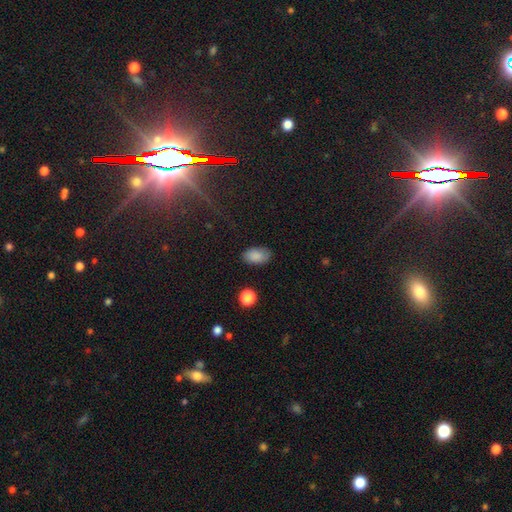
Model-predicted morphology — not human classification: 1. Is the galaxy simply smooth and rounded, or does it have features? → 86% smooth, 8% star or artifact, 5% featured or disk.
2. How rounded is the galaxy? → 92% in between, 6% round, 1% cigar-shaped.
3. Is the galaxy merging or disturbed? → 84% none, 11% minor disturbance, 3% major disturbance, 1% merger.